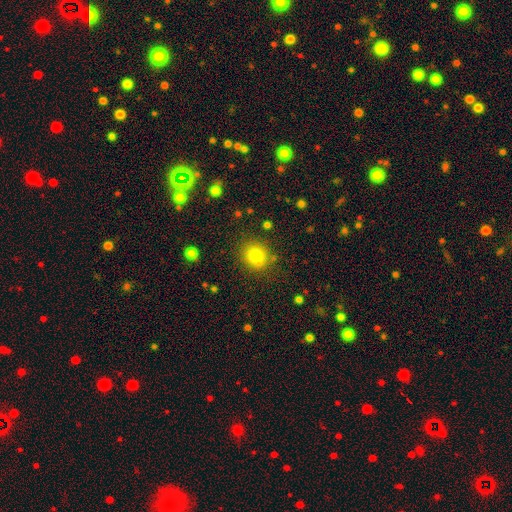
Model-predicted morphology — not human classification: A smooth galaxy with no disk features (77%) that is round (84%).

Vote fractions:
- Smooth or featured? smooth: 77% / star or artifact: 14% / featured or disk: 9%
- How rounded? round: 84% / in between: 15% / cigar-shaped: 1%
- Merging? none: 80% / minor disturbance: 10% / merger: 6% / major disturbance: 3%